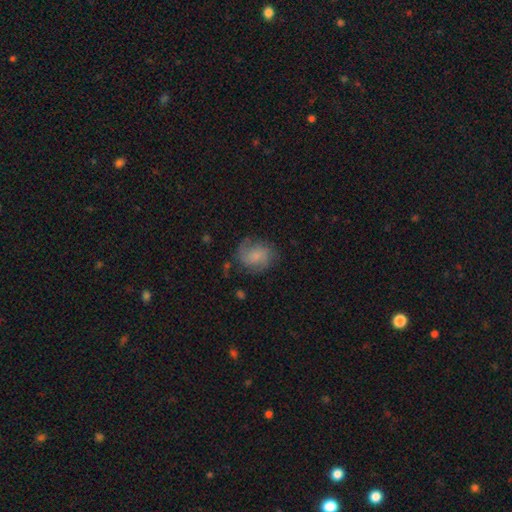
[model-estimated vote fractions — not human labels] This appears to be a featured or disk galaxy (52%) with no bar (64%), spiral arms (89%) and a small central bulge (42%). Merging: none (67%).